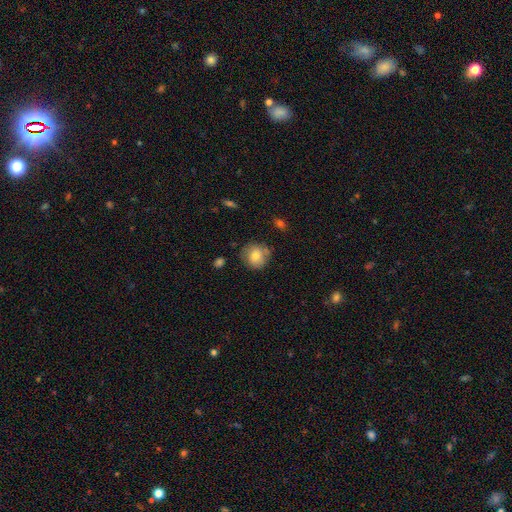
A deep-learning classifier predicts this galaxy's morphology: A smooth galaxy with no disk features (76%) that is round (87%). Merging: none (71%).